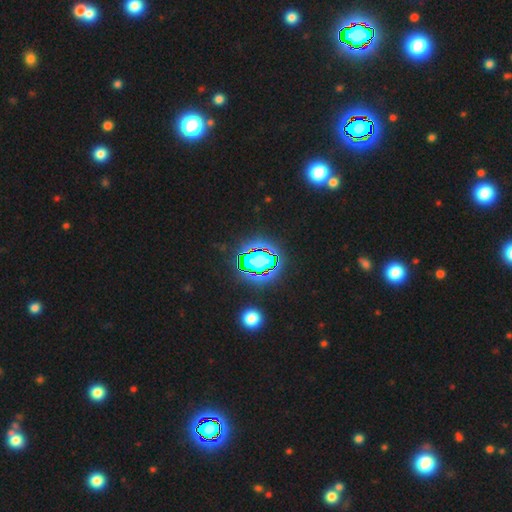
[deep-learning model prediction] Overall: star or artifact (81%).